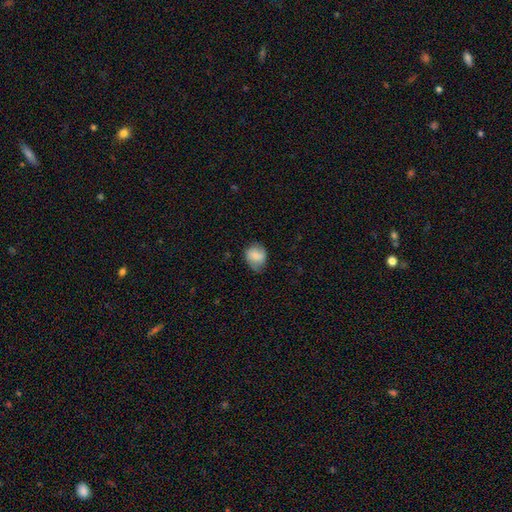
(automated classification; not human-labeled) Smooth or featured? Predicted: smooth (p=0.78). How rounded? Predicted: round (p=0.59). Merging? Predicted: none (p=0.59).